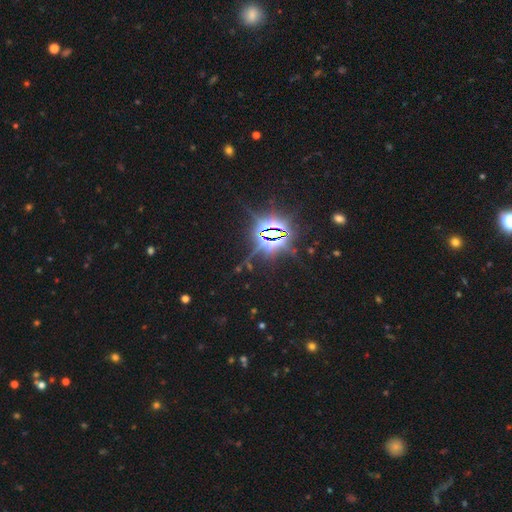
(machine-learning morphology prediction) Q: Smooth or featured?
A: star or artifact (87%); runner-up: smooth (7%)